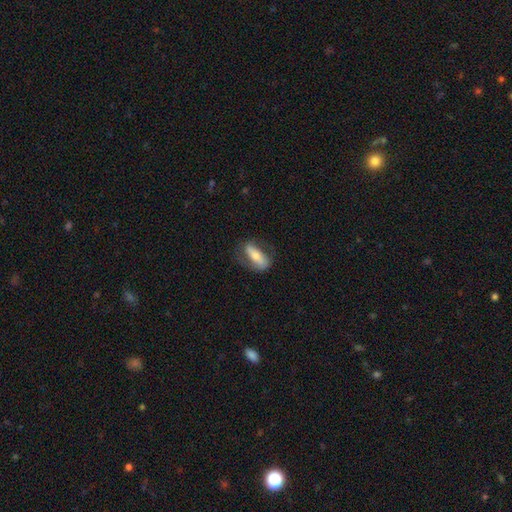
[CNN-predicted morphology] Smooth or featured?
  - smooth: 50% *
  - featured or disk: 44%
  - star or artifact: 6%
Merging?
  - none: 67% *
  - minor disturbance: 21%
  - major disturbance: 11%
  - merger: 1%